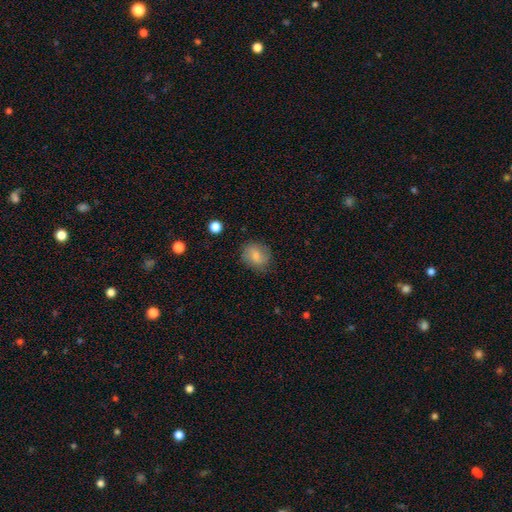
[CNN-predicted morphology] Overall: smooth (77%). How rounded: round (65%; in between 34%). Merging: none (80%).